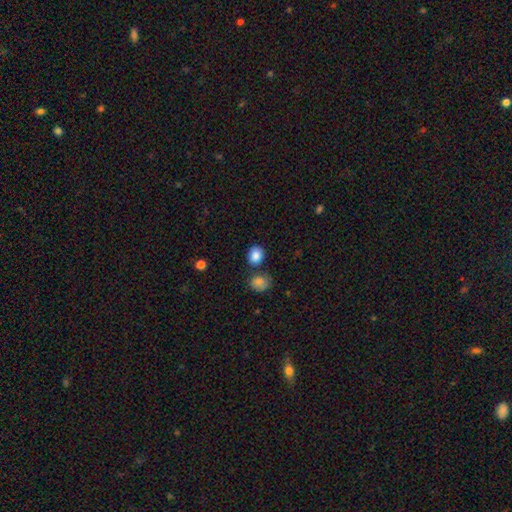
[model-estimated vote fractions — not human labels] Smooth or featured: smooth — 86% (star or artifact — 9%)
How rounded: round — 63% (in between — 36%)
Merging: none — 71% (merger — 13%)